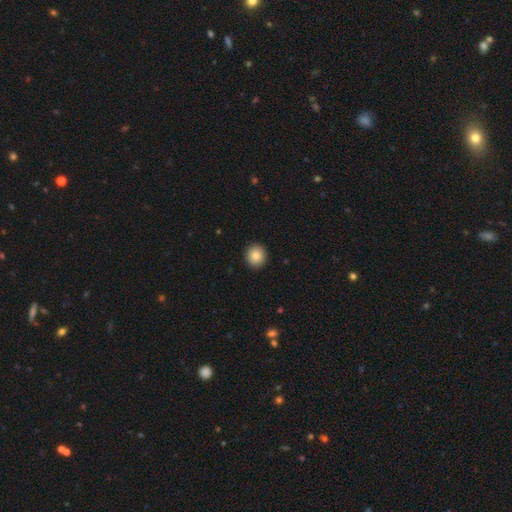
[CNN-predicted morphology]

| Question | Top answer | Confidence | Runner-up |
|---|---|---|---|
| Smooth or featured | smooth | 86% | star or artifact (9%) |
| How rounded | round | 91% | in between (8%) |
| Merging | none | 92% | minor disturbance (5%) |